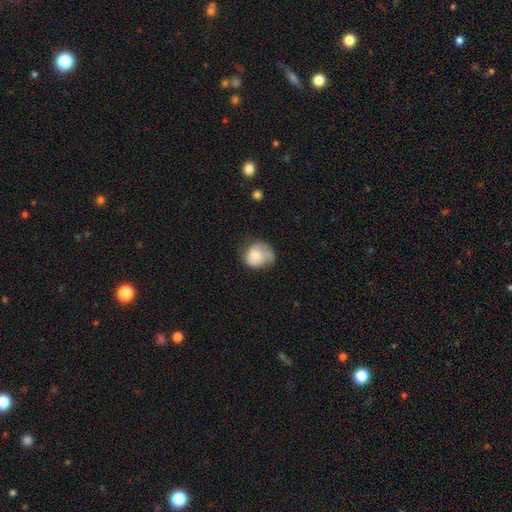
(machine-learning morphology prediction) The model was most divided on "merging": minor disturbance: 39%, none: 33%, major disturbance: 23%, merger: 6%. More confident: smooth or featured — smooth (68%); how rounded — round (65%).